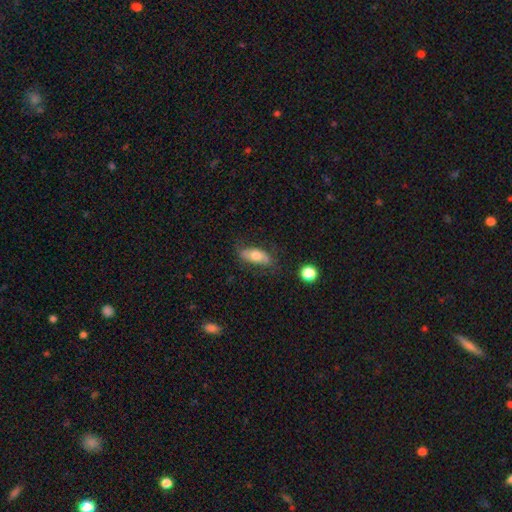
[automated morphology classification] smooth 63%, featured or disk 29%, star or artifact 8%. Down the decision tree: how rounded — in between (78%); merging — none (69%).